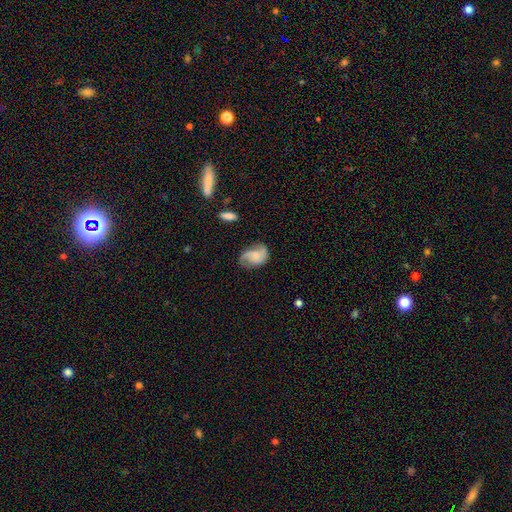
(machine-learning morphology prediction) This appears to be a featured or disk galaxy (58%) with no bar (65%), 2 (75%) loose (43%) spiral arms (90%) and a small central bulge (47%). Merging: none (58%).